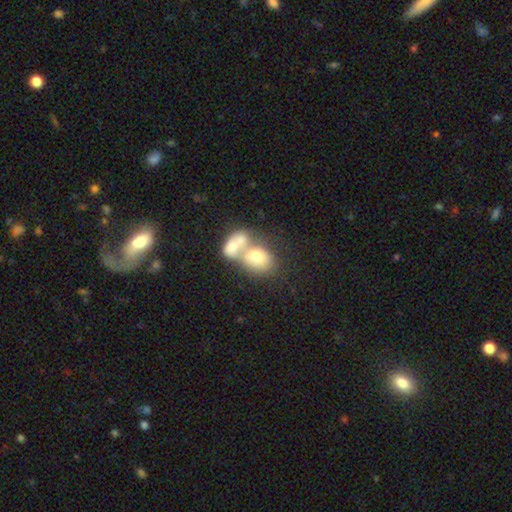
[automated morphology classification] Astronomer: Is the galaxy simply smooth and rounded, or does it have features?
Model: smooth — 60%.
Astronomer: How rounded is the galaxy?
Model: in between — 59% (runner-up: round, 39%).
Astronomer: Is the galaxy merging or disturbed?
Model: merger — 67%.